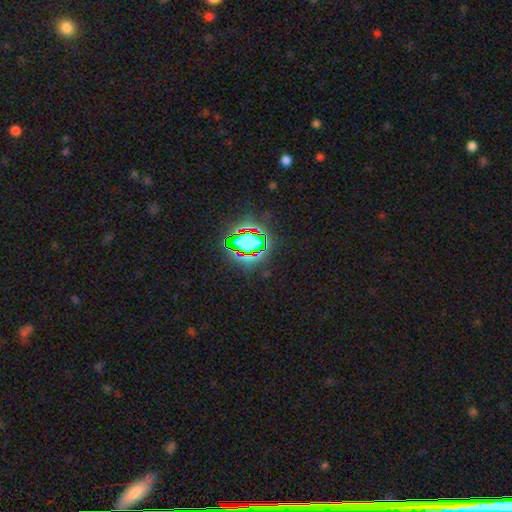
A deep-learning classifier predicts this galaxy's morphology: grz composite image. It shows a star or artifact, not a galaxy (77%).